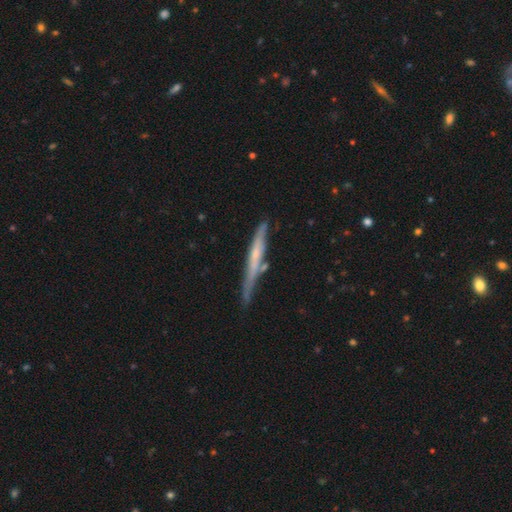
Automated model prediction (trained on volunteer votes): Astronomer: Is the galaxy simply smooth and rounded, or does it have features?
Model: featured or disk — 55% (runner-up: smooth, 39%).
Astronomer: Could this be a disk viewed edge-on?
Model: yes — 92%.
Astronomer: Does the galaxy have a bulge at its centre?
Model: none — 64%.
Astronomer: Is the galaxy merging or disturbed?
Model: none — 68%.